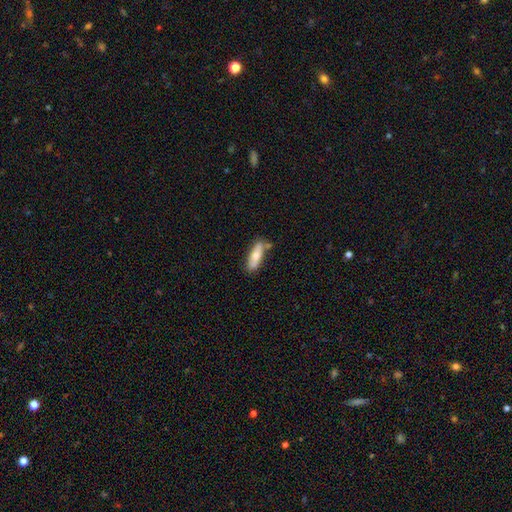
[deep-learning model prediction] Smooth or featured? smooth (69%)
How rounded? in between (52%)
Merging? none (66%)